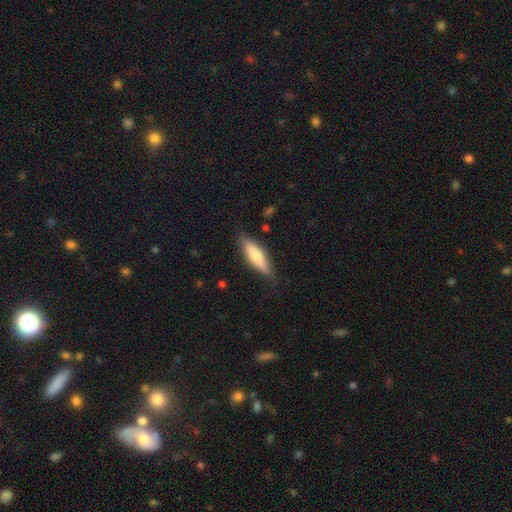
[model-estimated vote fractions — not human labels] Smooth or featured? smooth (63%)
How rounded? cigar-shaped (62%)
Merging? none (79%)